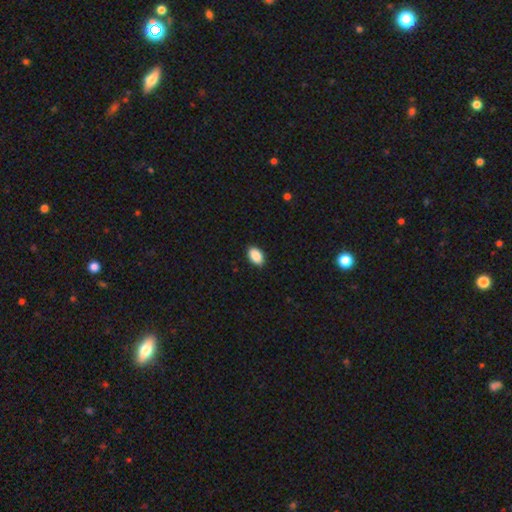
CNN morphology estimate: A smooth galaxy with no disk features (90%) that is in between round and cigar-shaped (93%). Merging: none (89%).